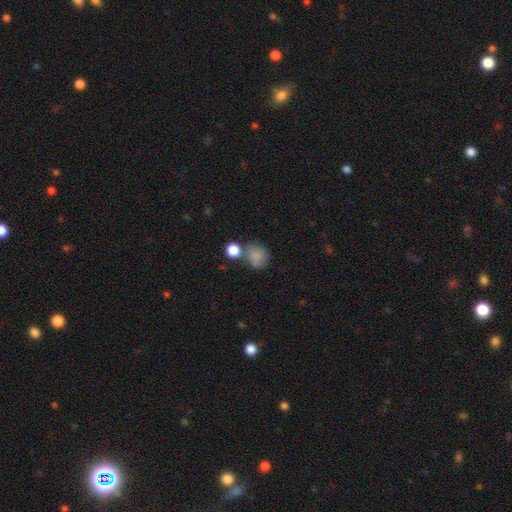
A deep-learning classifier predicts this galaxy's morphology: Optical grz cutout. It shows a smooth galaxy with no disk features (83%) that is round (70%). Merging: none (53%).